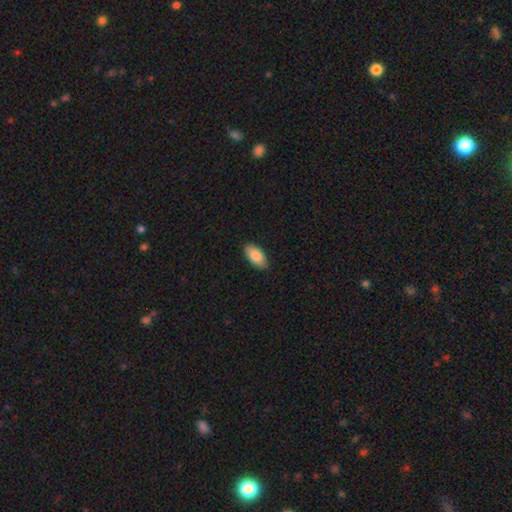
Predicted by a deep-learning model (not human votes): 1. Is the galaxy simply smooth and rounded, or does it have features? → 87% smooth, 7% featured or disk, 6% star or artifact.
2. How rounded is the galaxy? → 93% in between, 4% cigar-shaped, 2% round.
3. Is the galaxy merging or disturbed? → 88% none, 9% minor disturbance, 2% major disturbance, 1% merger.